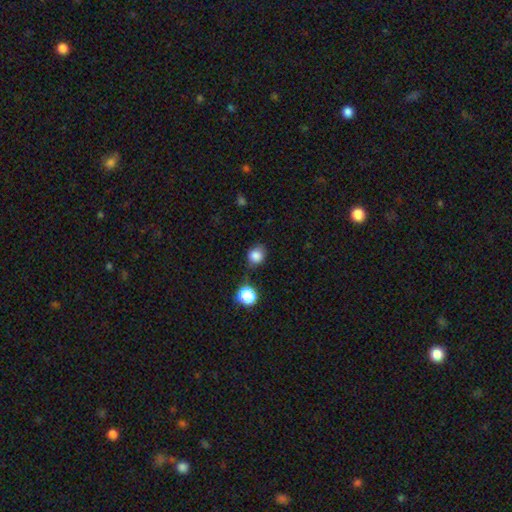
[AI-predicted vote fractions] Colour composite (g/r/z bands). It shows a smooth galaxy with no disk features (83%) that is round (73%). Merging: none (70%).